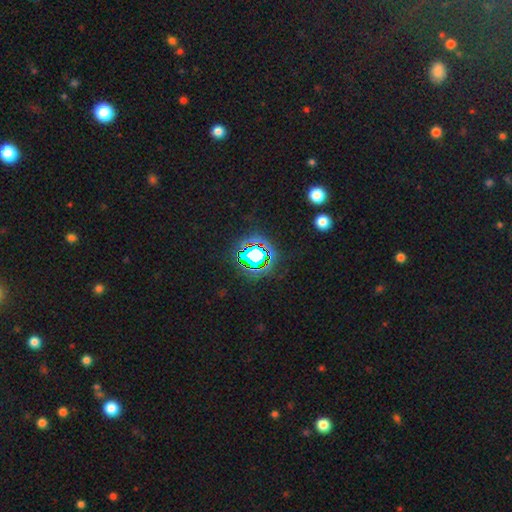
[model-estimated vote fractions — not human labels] A star or artifact, not a galaxy (69%).